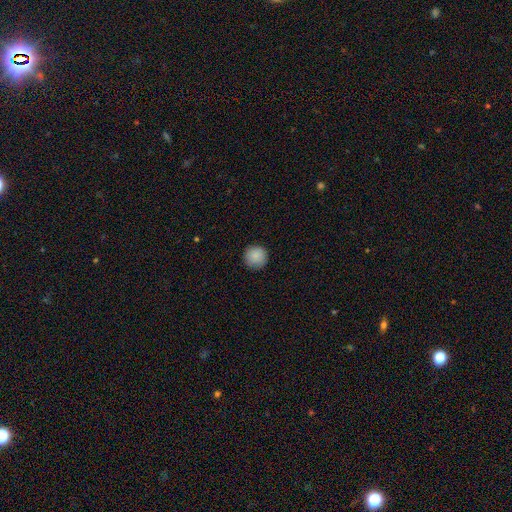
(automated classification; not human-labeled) Smooth or featured: smooth — 88% (star or artifact — 8%)
How rounded: round — 95% (in between — 4%)
Merging: none — 89% (minor disturbance — 8%)